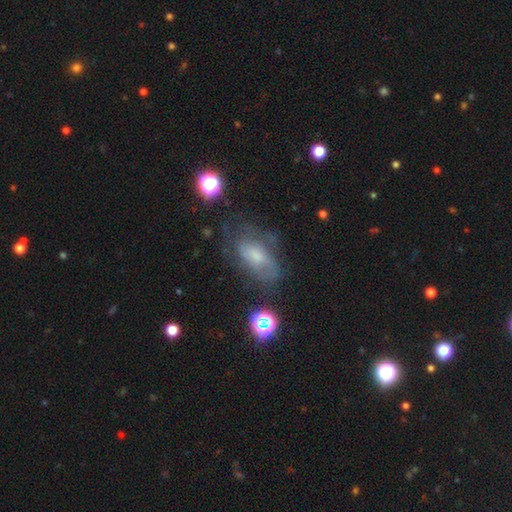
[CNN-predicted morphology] smooth_or_featured: featured or disk (p=0.49) [alt: smooth p=0.36]
merging: none (p=0.51) [alt: minor disturbance p=0.26]